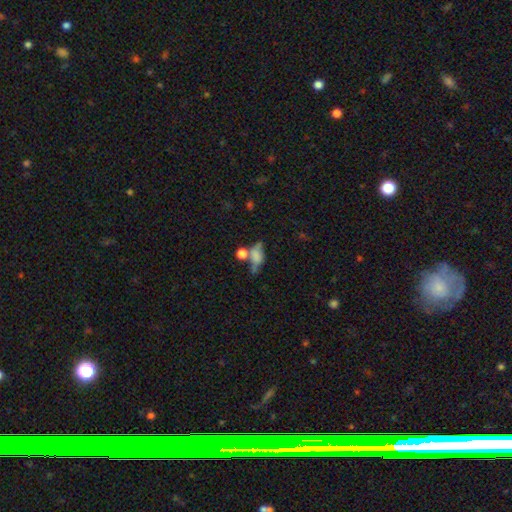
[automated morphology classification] smooth 64%, featured or disk 23%, star or artifact 12%. Down the decision tree: how rounded — in between (74%); merging — merger (33%).